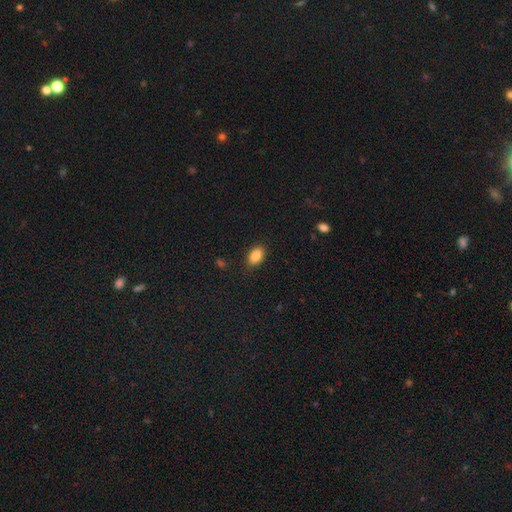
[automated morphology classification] Smooth or featured: smooth — 85% (star or artifact — 8%)
How rounded: in between — 88% (round — 10%)
Merging: none — 87% (minor disturbance — 10%)